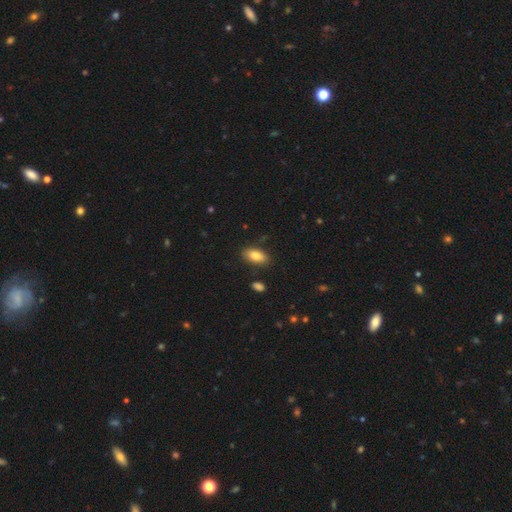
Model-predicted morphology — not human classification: A smooth galaxy with no disk features (82%) that is in between round and cigar-shaped (90%).

Vote fractions:
- Smooth or featured? smooth: 82% / featured or disk: 10% / star or artifact: 7%
- How rounded? in between: 90% / cigar-shaped: 6% / round: 3%
- Merging? none: 84% / minor disturbance: 11% / major disturbance: 3% / merger: 2%